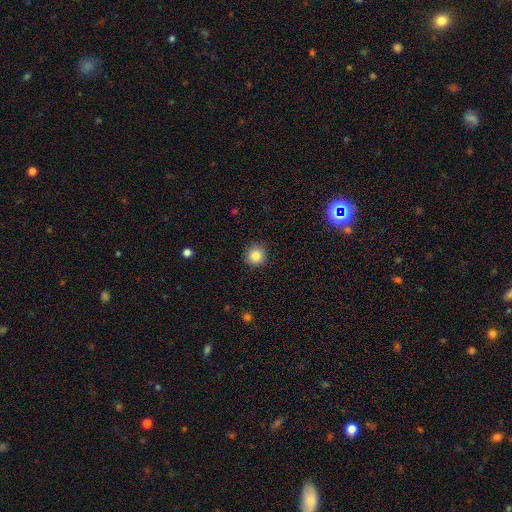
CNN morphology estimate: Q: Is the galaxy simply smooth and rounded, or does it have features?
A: smooth — 86%.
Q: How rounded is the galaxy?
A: round — 94%.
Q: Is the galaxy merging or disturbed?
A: none — 89%.